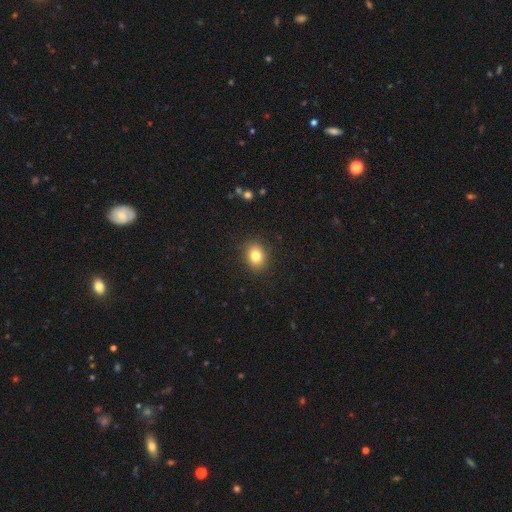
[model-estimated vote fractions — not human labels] A smooth galaxy with no disk features (81%) that is round (57%). Merging: none (90%).